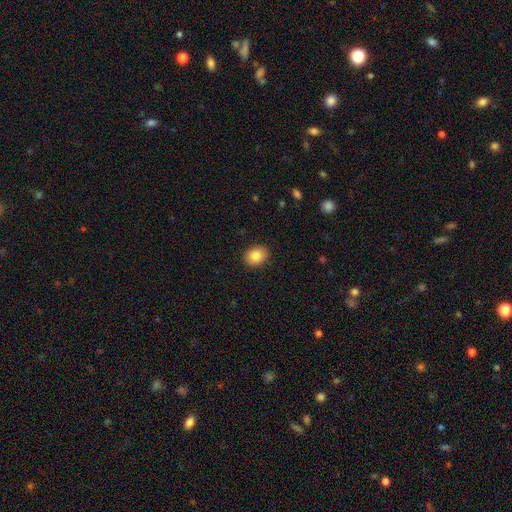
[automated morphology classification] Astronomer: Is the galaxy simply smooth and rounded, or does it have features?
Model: smooth — 84%.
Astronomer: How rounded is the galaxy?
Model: in between — 56% (runner-up: round, 43%).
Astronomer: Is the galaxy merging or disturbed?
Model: none — 90%.